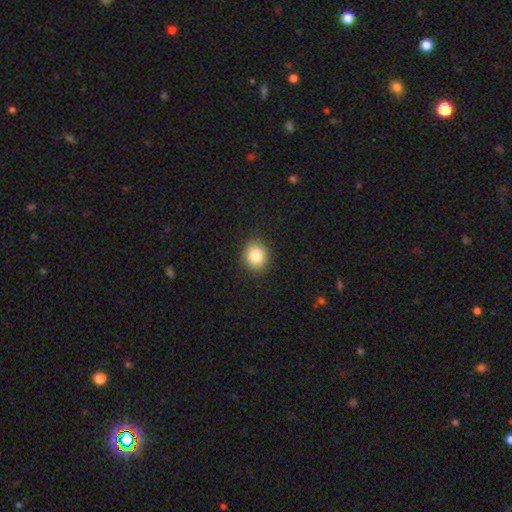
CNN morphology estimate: A smooth galaxy with no disk features (83%) that is round (68%).

Vote fractions:
- Smooth or featured? smooth: 83% / star or artifact: 10% / featured or disk: 7%
- How rounded? round: 68% / in between: 31% / cigar-shaped: 1%
- Merging? none: 90% / minor disturbance: 7% / major disturbance: 2% / merger: 1%